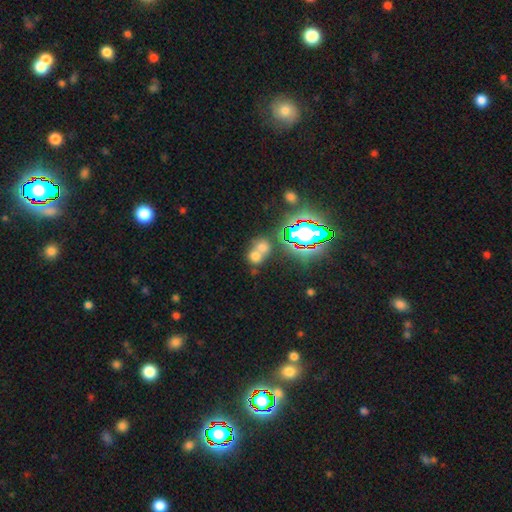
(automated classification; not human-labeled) smooth-or-featured: smooth: 60% | star or artifact: 25% | featured or disk: 16%
  how-rounded: round: 69% | in between: 30% | cigar-shaped: 1%
  merging: merger: 61% | none: 29% | minor disturbance: 6% | major disturbance: 4%